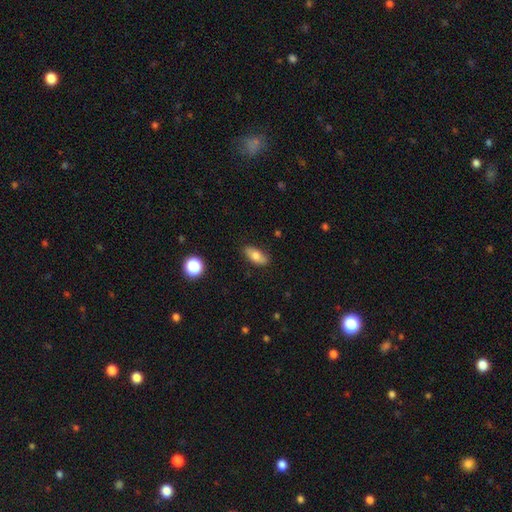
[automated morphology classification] smooth 76%, featured or disk 16%, star or artifact 8%. Down the decision tree: how rounded — in between (81%); merging — none (84%).